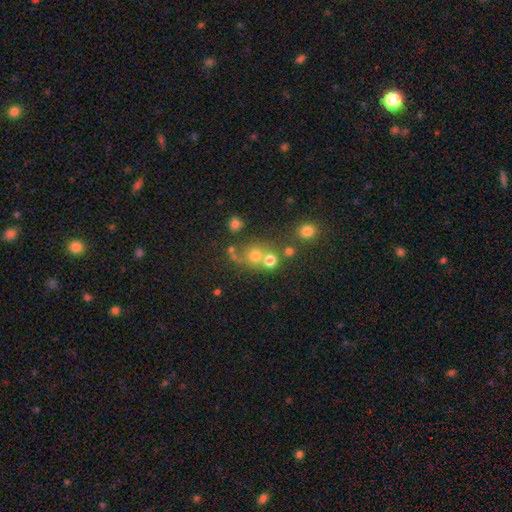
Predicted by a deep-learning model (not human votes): The model was most divided on "merging": none: 51%, merger: 33%, minor disturbance: 9%, major disturbance: 6%. More confident: how rounded — round (84%); smooth or featured — smooth (64%).